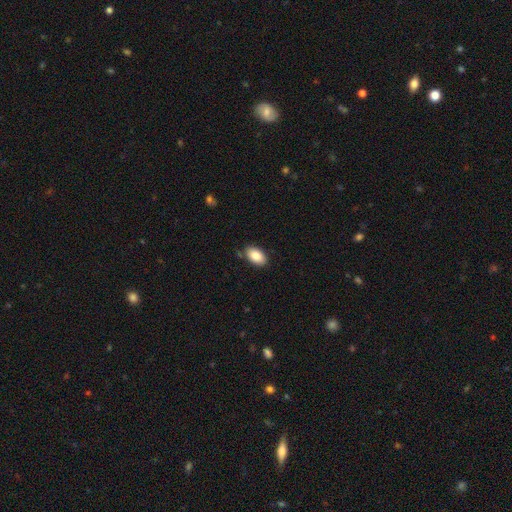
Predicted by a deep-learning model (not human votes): Smooth or featured? Predicted: smooth (p=0.87). How rounded? Predicted: in between (p=0.93). Merging? Predicted: none (p=0.81).